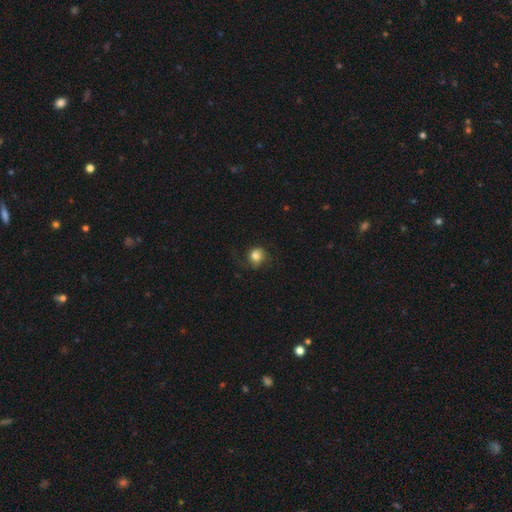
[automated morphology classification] A smooth galaxy with no disk features (73%) that is round (76%).

Vote fractions:
- Smooth or featured? smooth: 73% / featured or disk: 18% / star or artifact: 9%
- How rounded? round: 76% / in between: 23% / cigar-shaped: 1%
- Merging? none: 58% / minor disturbance: 22% / major disturbance: 19% / merger: 1%